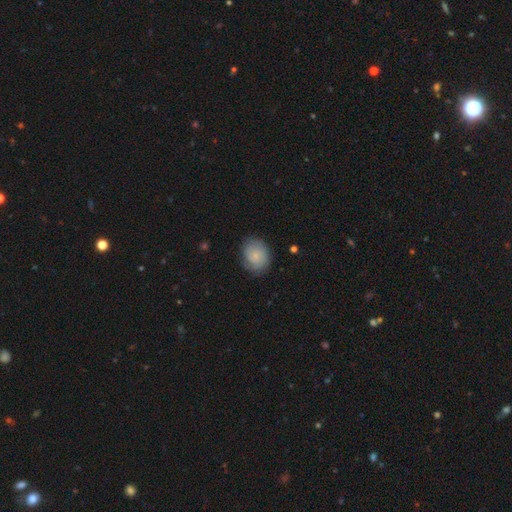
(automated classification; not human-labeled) smooth-or-featured: smooth: 63% | featured or disk: 29% | star or artifact: 8%
  how-rounded: in between: 51% | round: 48% | cigar-shaped: 1%
  merging: none: 75% | minor disturbance: 18% | major disturbance: 5% | merger: 1%